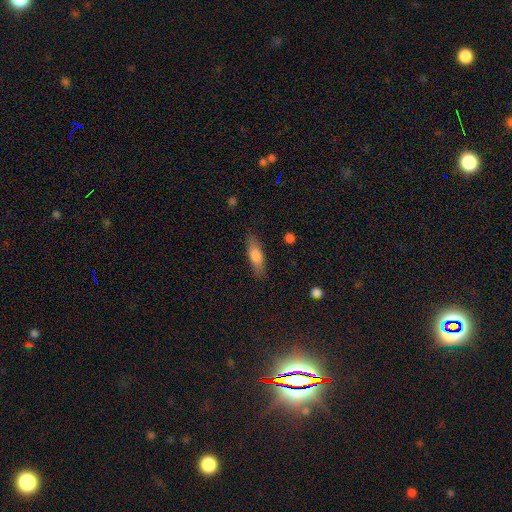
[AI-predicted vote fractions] A smooth galaxy with no disk features (74%) that is in between round and cigar-shaped (55%). Merging: none (84%).